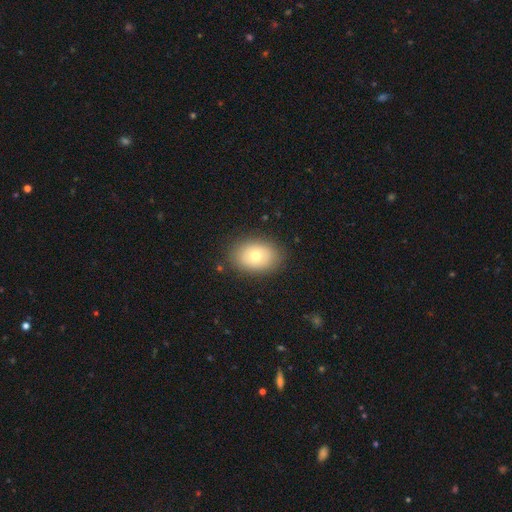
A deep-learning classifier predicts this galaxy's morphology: type=smooth (67%); roundness=in between (72%); merging=none (84%).